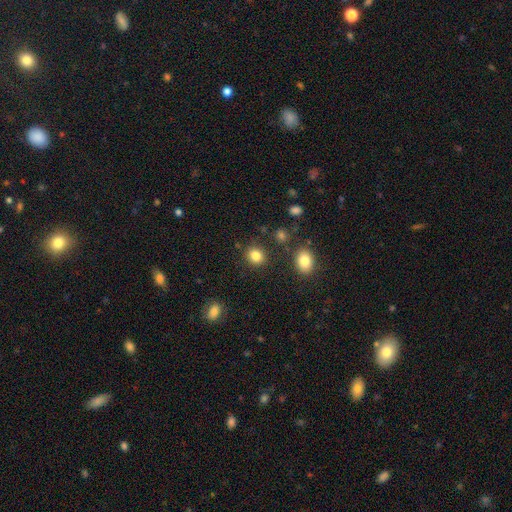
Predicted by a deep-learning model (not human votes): smooth_or_featured: smooth (p=0.84) [alt: star or artifact p=0.11]
how_rounded: round (p=0.68) [alt: in between p=0.31]
merging: none (p=0.86) [alt: minor disturbance p=0.08]